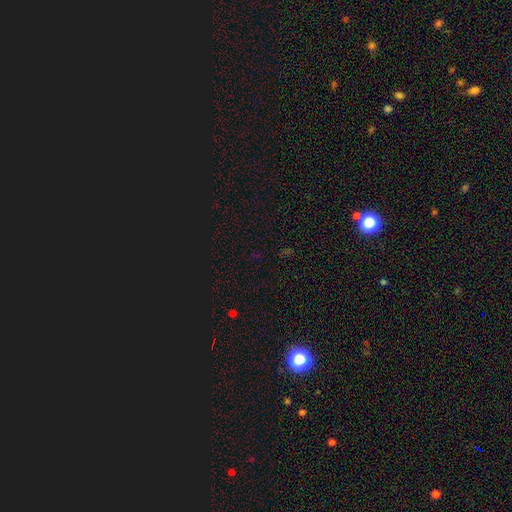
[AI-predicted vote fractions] Smooth or featured?
  - star or artifact: 73% *
  - smooth: 20%
  - featured or disk: 7%